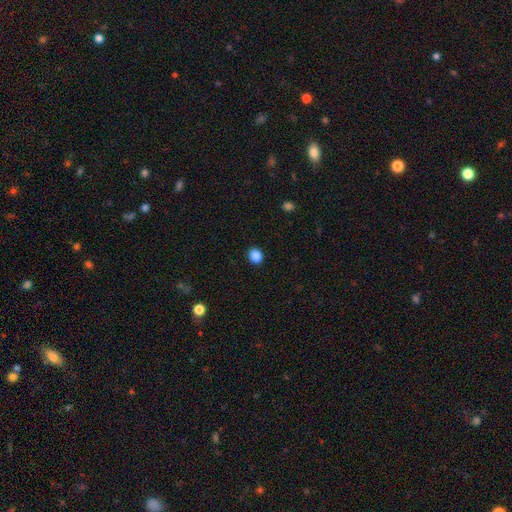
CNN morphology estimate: Smooth or featured?
  - smooth: 87% *
  - star or artifact: 11%
  - featured or disk: 3%
How rounded?
  - round: 73% *
  - in between: 26%
  - cigar-shaped: 1%
Merging?
  - none: 91% *
  - minor disturbance: 6%
  - major disturbance: 2%
  - merger: 1%